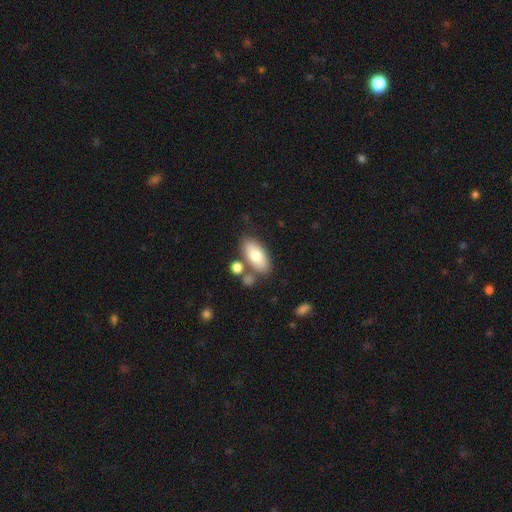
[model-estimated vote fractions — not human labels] Q: Smooth or featured?
A: smooth (76%); runner-up: featured or disk (17%)
Q: How rounded?
A: in between (89%); runner-up: cigar-shaped (8%)
Q: Merging?
A: none (69%); runner-up: merger (14%)